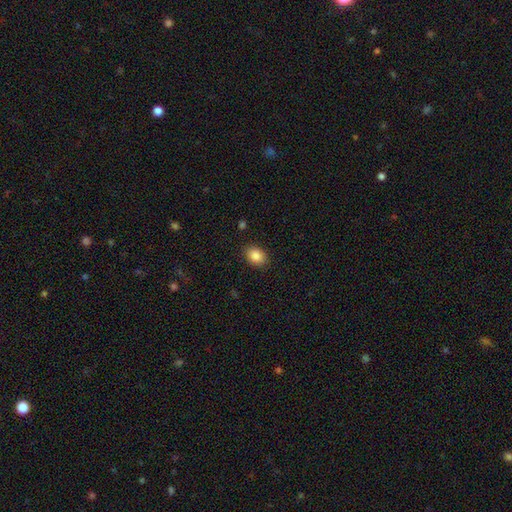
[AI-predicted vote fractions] Smooth or featured: smooth — 87% (star or artifact — 8%)
How rounded: in between — 68% (round — 31%)
Merging: none — 88% (minor disturbance — 9%)